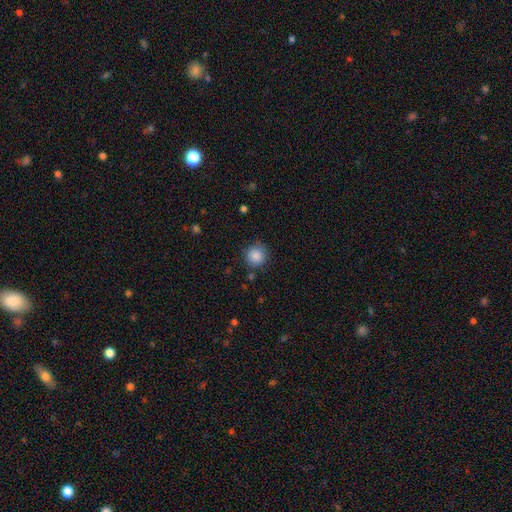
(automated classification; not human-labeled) Smooth or featured: smooth — 86% (star or artifact — 9%)
How rounded: round — 93% (in between — 7%)
Merging: none — 83% (minor disturbance — 12%)